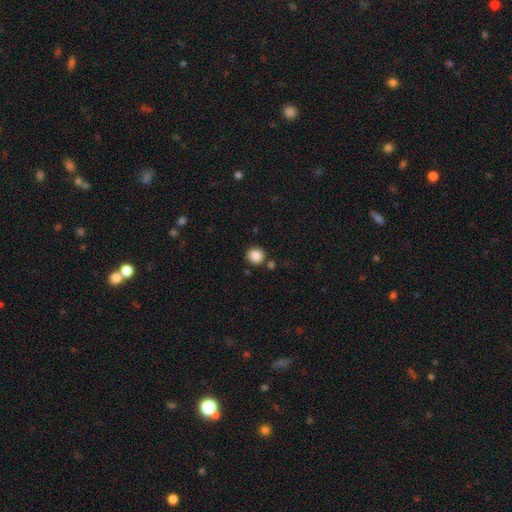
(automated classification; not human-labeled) This is clearly a smooth galaxy (87%). How rounded: clearly round (87%). Merging: clearly none (82%).